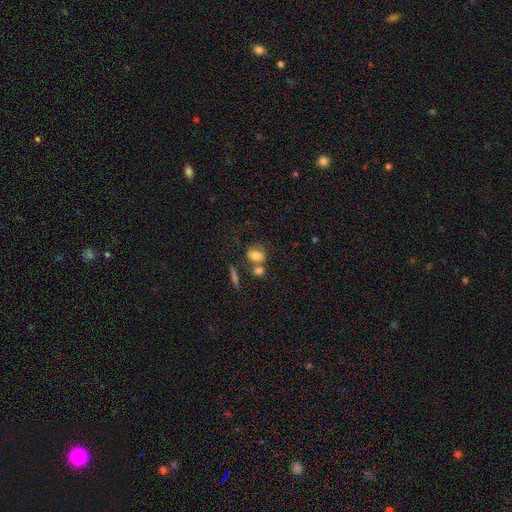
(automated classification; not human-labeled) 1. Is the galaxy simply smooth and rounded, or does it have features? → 70% smooth, 19% featured or disk, 10% star or artifact.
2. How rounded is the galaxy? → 49% in between, 47% round, 3% cigar-shaped.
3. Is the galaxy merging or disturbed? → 49% none, 30% merger, 15% minor disturbance, 7% major disturbance.